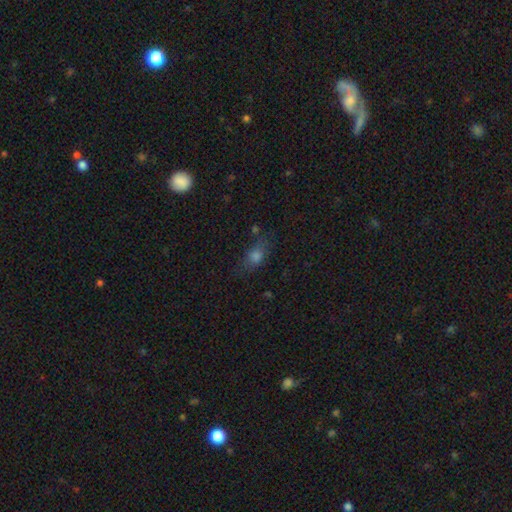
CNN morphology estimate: The model was most divided on "merging": none: 68%, minor disturbance: 20%, major disturbance: 7%, merger: 4%. More confident: how rounded — in between (68%); smooth or featured — smooth (68%).